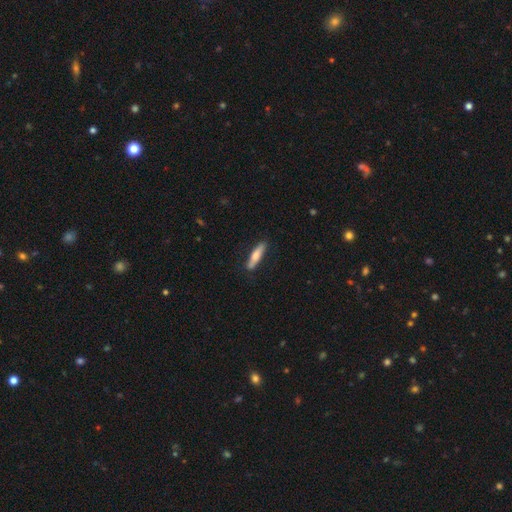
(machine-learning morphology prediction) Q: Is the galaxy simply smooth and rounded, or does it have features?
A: smooth — 69%.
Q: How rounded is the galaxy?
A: cigar-shaped — 80%.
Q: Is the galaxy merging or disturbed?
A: none — 85%.